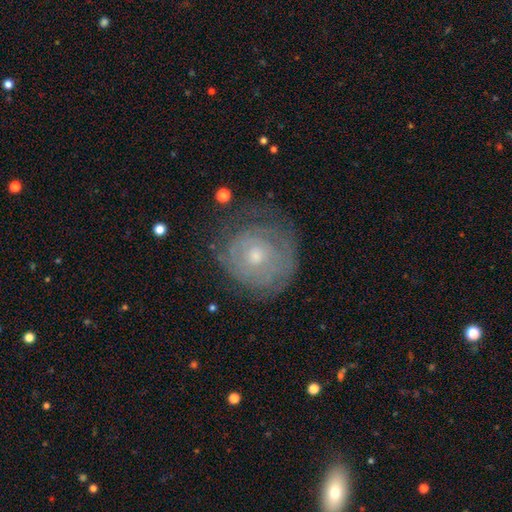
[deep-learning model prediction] smooth-or-featured: featured or disk: 64% | smooth: 27% | star or artifact: 9%
  disk-edge-on: no: 97% | yes: 3%
    bar: no: 83% | weak: 15% | strong: 3%
    has-spiral-arms: yes: 71% | no: 29%
    bulge-size: moderate: 48% | small: 46% | large: 3% | none: 2% | dominant: 1%
  merging: none: 65% | minor disturbance: 21% | major disturbance: 13% | merger: 2%